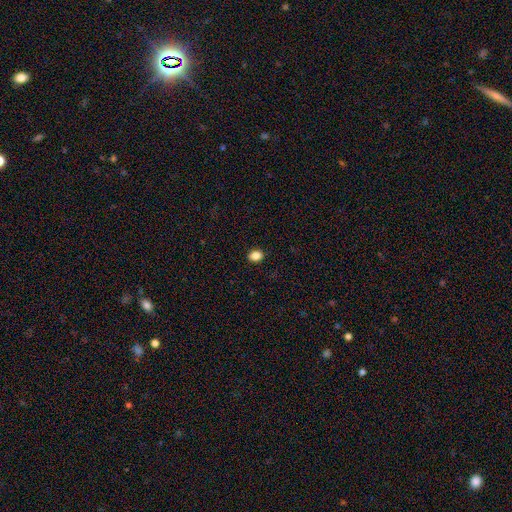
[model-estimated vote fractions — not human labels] Smooth or featured? Predicted: smooth (p=0.86). How rounded? Predicted: in between (p=0.55). Merging? Predicted: none (p=0.91).